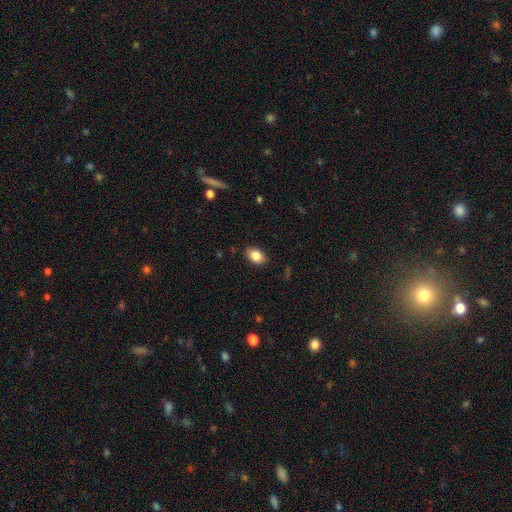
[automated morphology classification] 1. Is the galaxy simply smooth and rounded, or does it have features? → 86% smooth, 8% star or artifact, 6% featured or disk.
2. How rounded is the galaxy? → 83% in between, 15% round, 1% cigar-shaped.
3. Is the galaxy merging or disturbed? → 86% none, 10% minor disturbance, 2% major disturbance, 1% merger.